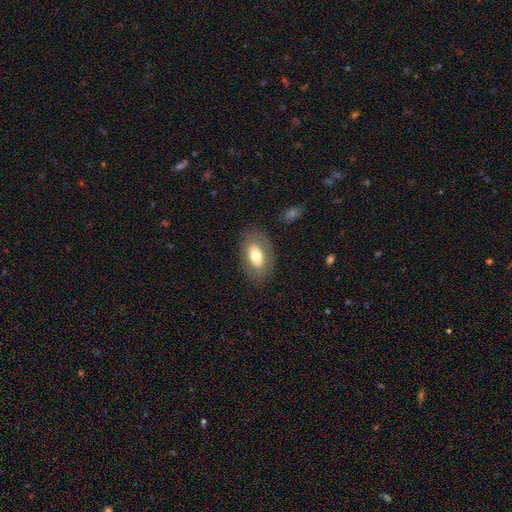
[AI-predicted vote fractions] This is likely a smooth galaxy (65%). How rounded: clearly in between (91%). Merging: clearly none (82%).